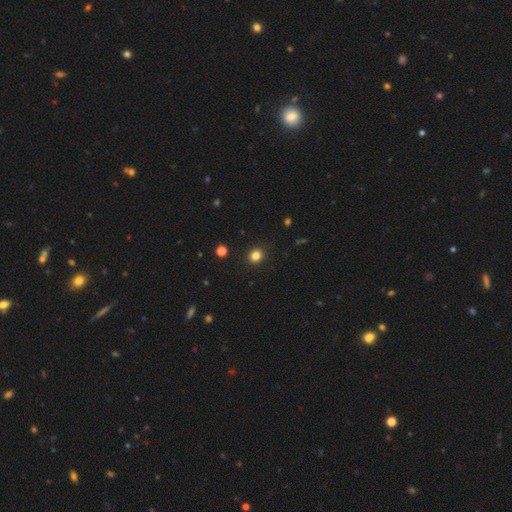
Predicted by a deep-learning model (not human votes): smooth-or-featured: smooth: 83% | star or artifact: 13% | featured or disk: 4%
  how-rounded: round: 82% | in between: 17% | cigar-shaped: 1%
  merging: none: 92% | minor disturbance: 5% | major disturbance: 2% | merger: 1%